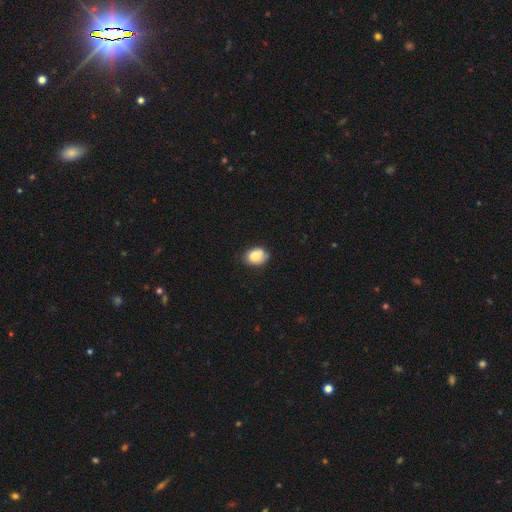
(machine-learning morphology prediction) This appears to be a smooth galaxy with no disk features (84%) that is in between round and cigar-shaped (63%). Merging: none (70%).